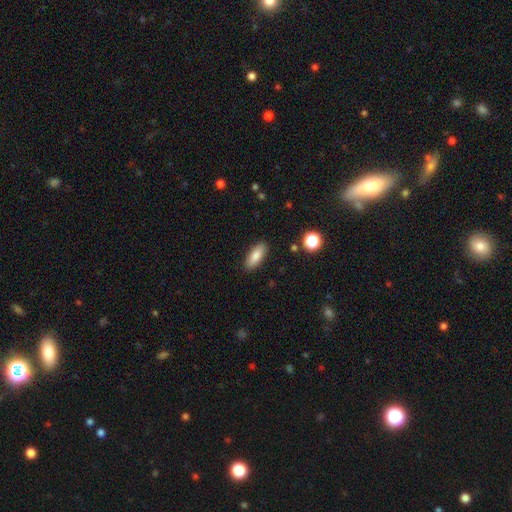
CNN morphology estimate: Q: Smooth or featured?
A: smooth (84%); runner-up: featured or disk (9%)
Q: How rounded?
A: in between (75%); runner-up: cigar-shaped (22%)
Q: Merging?
A: none (89%); runner-up: minor disturbance (8%)